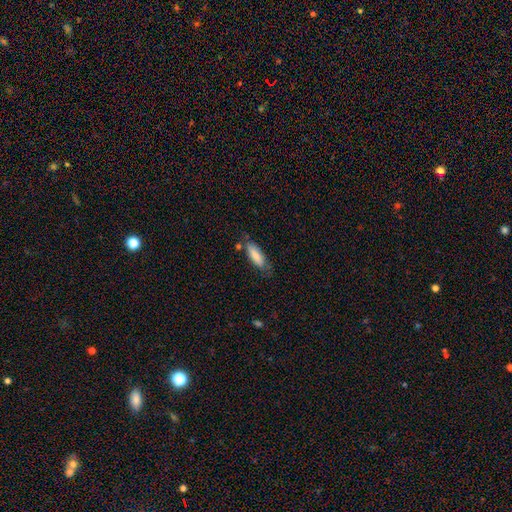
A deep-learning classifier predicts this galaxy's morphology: type=smooth (80%); roundness=in between (53%); merging=none (65%).